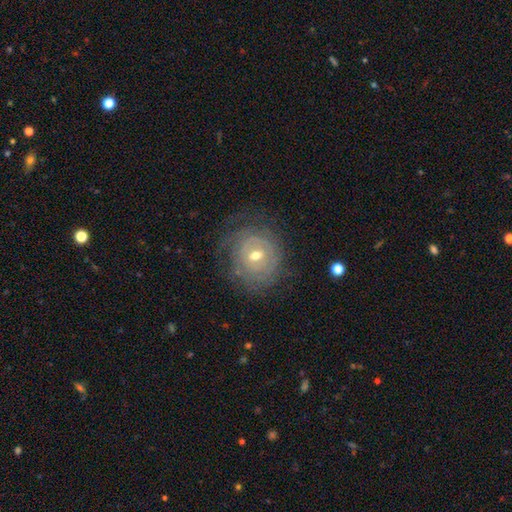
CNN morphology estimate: This is likely a featured or disk galaxy (71%). It is clearly not viewed edge-on (96%). Bar: possibly no (48%). Spiral arm pattern: likely yes (69%). Central bulge: likely moderate (61%). Merging: likely none (67%).